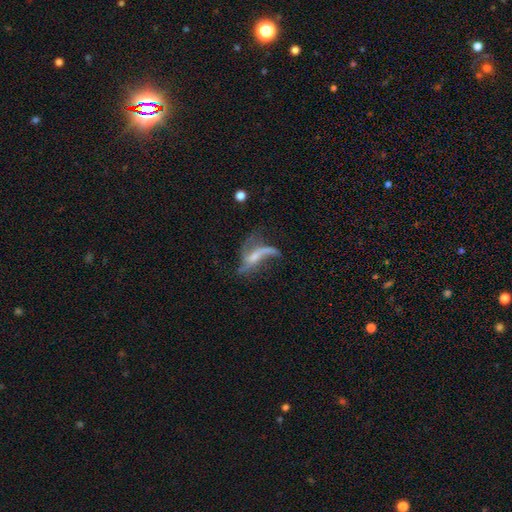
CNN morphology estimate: A featured or disk galaxy (74%) with no bar (49%), 2 (34%) loose (83%) spiral arms (82%) and a small central bulge (44%). Merging: major disturbance (41%).